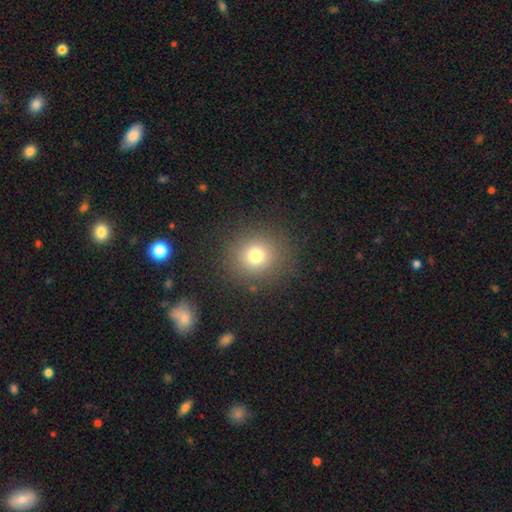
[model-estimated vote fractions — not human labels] smooth 74%, star or artifact 17%, featured or disk 9%. Down the decision tree: how rounded — round (90%); merging — none (87%).